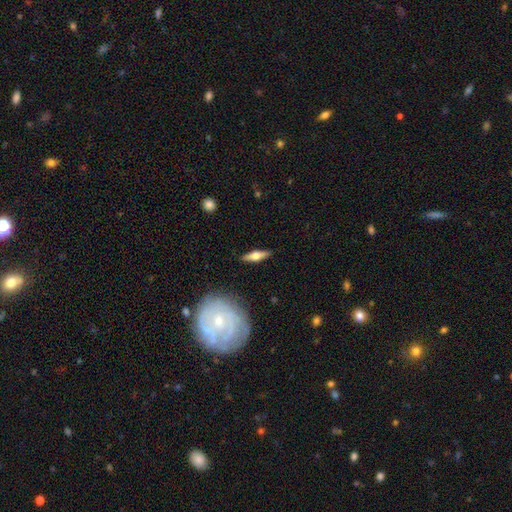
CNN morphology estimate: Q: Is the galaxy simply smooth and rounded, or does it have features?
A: featured or disk — 53%.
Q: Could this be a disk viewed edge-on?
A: yes — 90%.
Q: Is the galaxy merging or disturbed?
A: none — 87%.